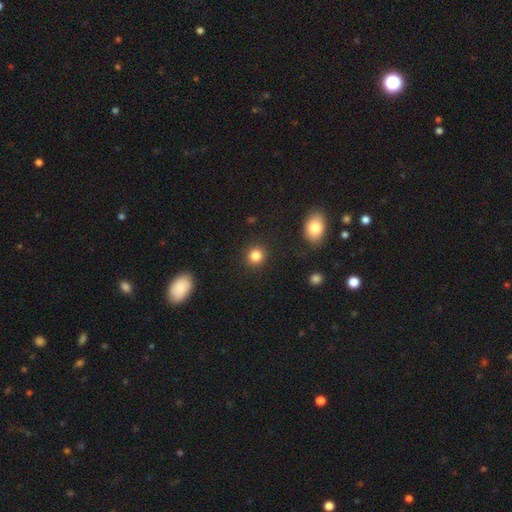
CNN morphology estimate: smooth_or_featured: smooth (p=0.84) [alt: star or artifact p=0.11]
how_rounded: round (p=0.88) [alt: in between p=0.11]
merging: none (p=0.90) [alt: minor disturbance p=0.06]